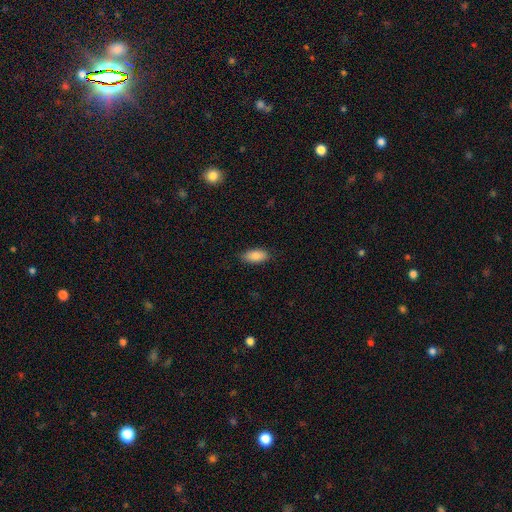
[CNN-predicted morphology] smooth_or_featured: smooth (p=0.88) [alt: star or artifact p=0.07]
how_rounded: in between (p=0.89) [alt: cigar-shaped p=0.08]
merging: none (p=0.86) [alt: minor disturbance p=0.11]